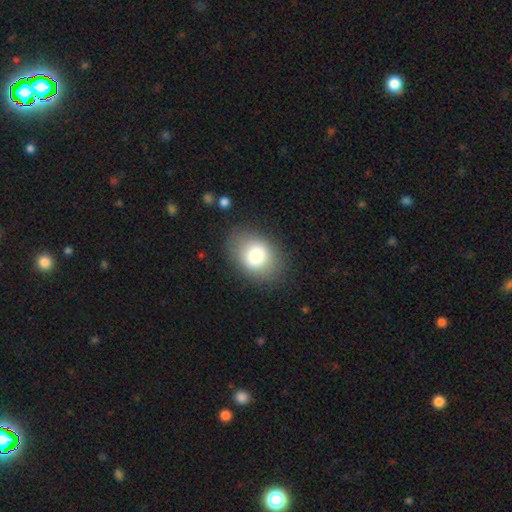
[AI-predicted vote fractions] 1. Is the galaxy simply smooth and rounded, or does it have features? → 79% smooth, 12% featured or disk, 9% star or artifact.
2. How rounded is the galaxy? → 65% in between, 34% round, 1% cigar-shaped.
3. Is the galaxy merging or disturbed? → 79% none, 13% minor disturbance, 6% major disturbance, 2% merger.